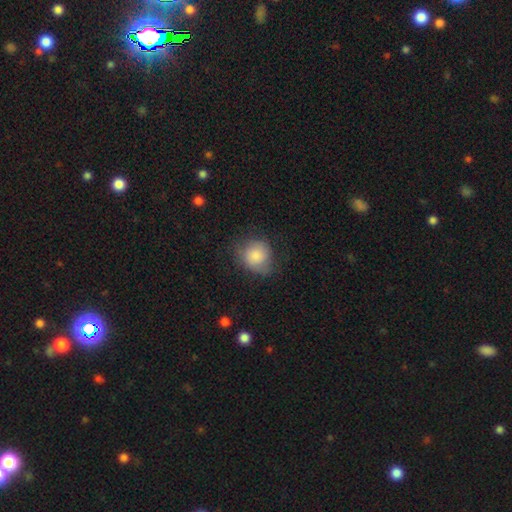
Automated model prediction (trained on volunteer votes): smooth 81%, featured or disk 11%, star or artifact 8%. Down the decision tree: how rounded — round (78%); merging — none (59%).